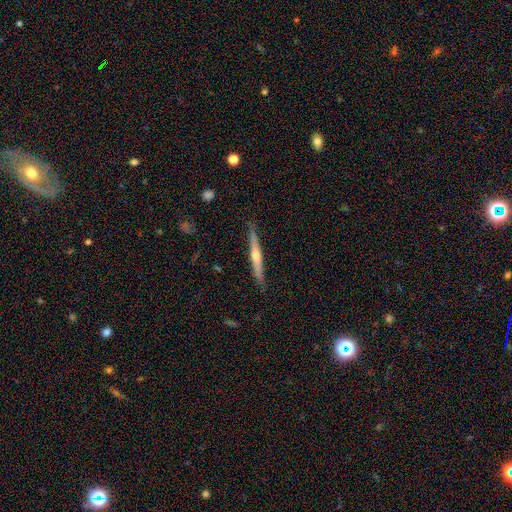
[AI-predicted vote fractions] Smooth or featured?
  - featured or disk: 69% *
  - smooth: 26%
  - star or artifact: 6%
Edge-on disk?
  - yes: 98% *
  - no: 2%
Edge-on bulge?
  - rounded: 85% *
  - none: 11%
  - boxy: 4%
Merging?
  - none: 88% *
  - minor disturbance: 10%
  - major disturbance: 2%
  - merger: 1%